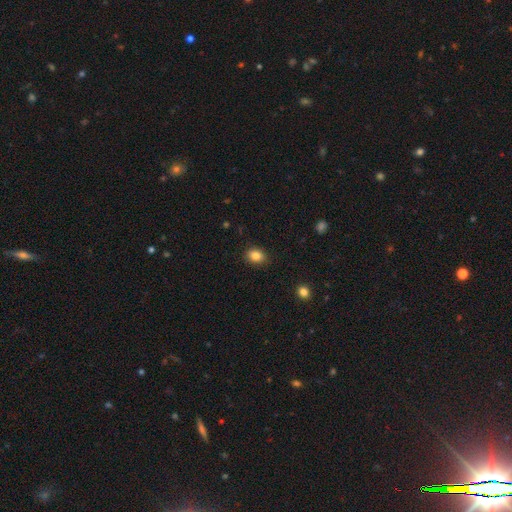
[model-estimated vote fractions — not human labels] smooth 85%, star or artifact 10%, featured or disk 6%. Down the decision tree: how rounded — in between (65%); merging — none (87%).